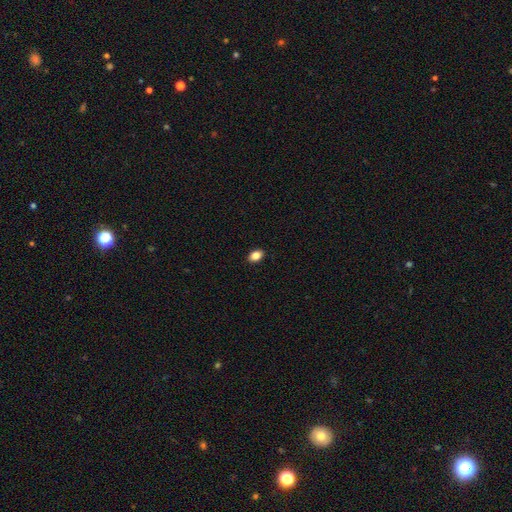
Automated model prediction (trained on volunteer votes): smooth_or_featured: smooth (p=0.85) [alt: star or artifact p=0.09]
how_rounded: in between (p=0.80) [alt: round p=0.18]
merging: none (p=0.90) [alt: minor disturbance p=0.07]